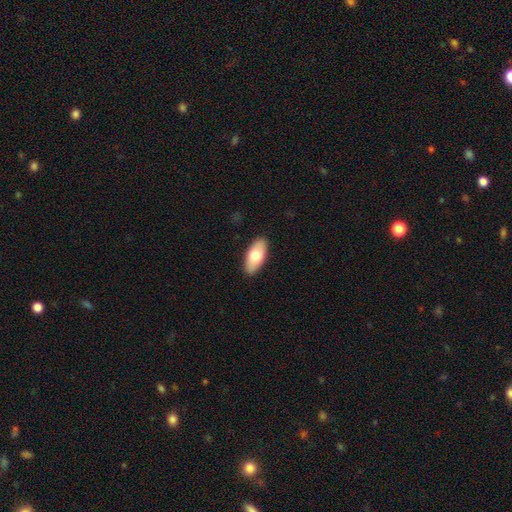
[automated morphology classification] Overall: smooth (72%). How rounded: in between (88%). Merging: none (90%).